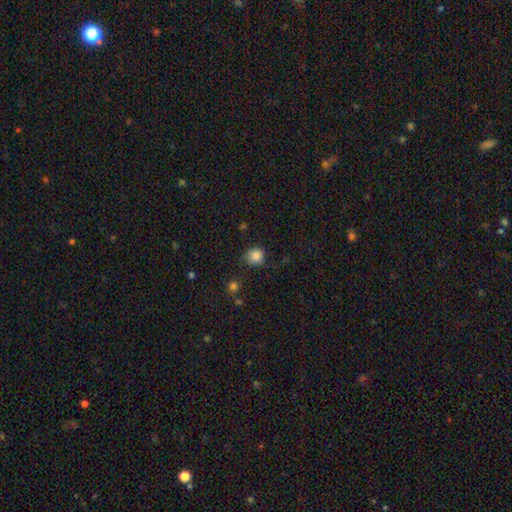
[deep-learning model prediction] A smooth galaxy with no disk features (84%) that is round (84%). Merging: none (75%).